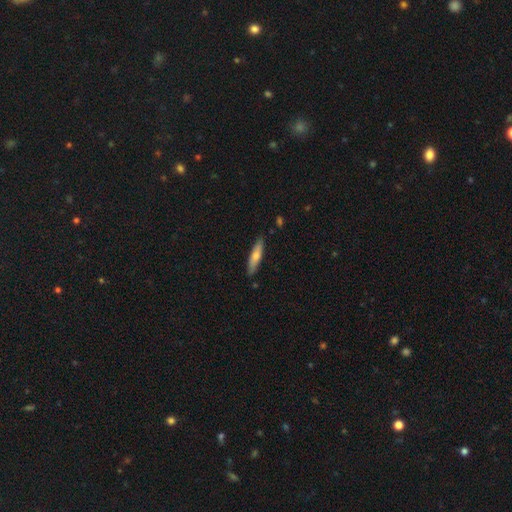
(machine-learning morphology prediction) Overall: smooth (64%; featured or disk 31%). How rounded: cigar-shaped (80%). Merging: none (86%).